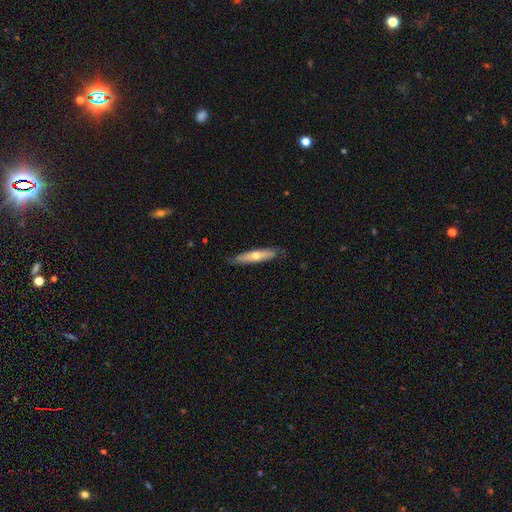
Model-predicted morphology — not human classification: A smooth galaxy with no disk features (52%) that is cigar-shaped (79%).

Vote fractions:
- Smooth or featured? smooth: 52% / featured or disk: 43% / star or artifact: 6%
- How rounded? cigar-shaped: 79% / in between: 19% / round: 2%
- Merging? none: 80% / minor disturbance: 16% / major disturbance: 3% / merger: 1%